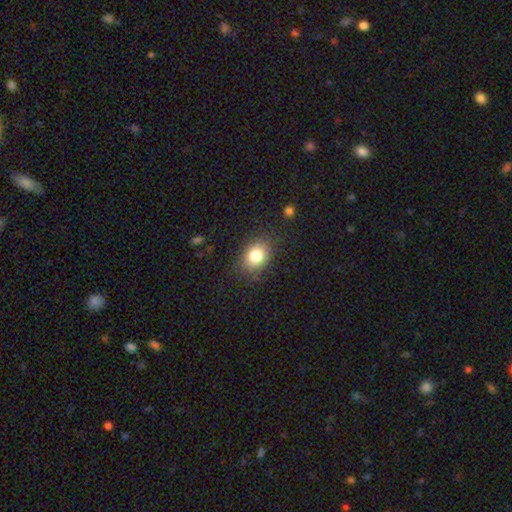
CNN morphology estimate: Overall: smooth (81%). How rounded: in between (58%; round 41%). Merging: none (83%).